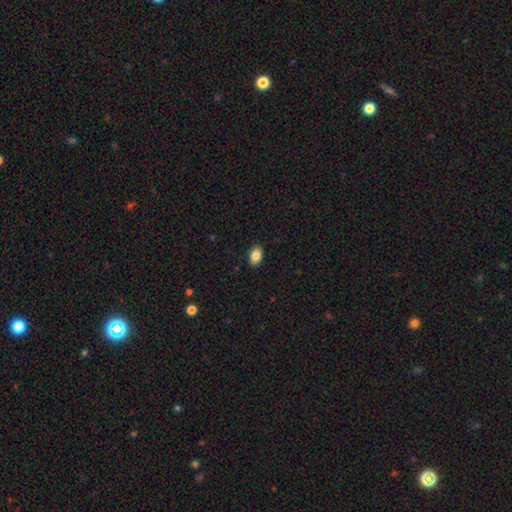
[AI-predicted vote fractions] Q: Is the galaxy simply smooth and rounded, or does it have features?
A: smooth — 86%.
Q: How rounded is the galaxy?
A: in between — 87%.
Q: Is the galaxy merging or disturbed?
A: none — 89%.